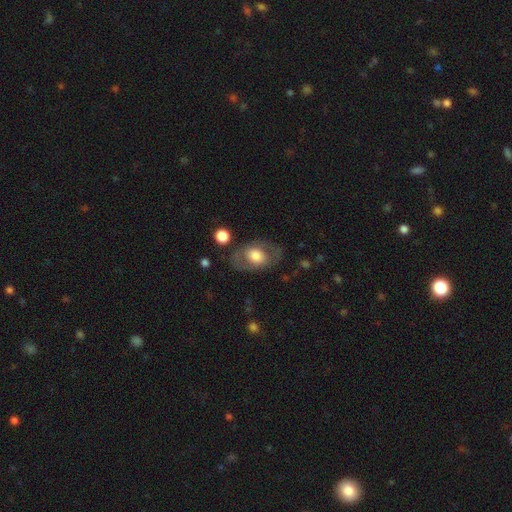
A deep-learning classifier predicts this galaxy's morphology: type=smooth (54%); roundness=in between (76%); merging=none (73%).